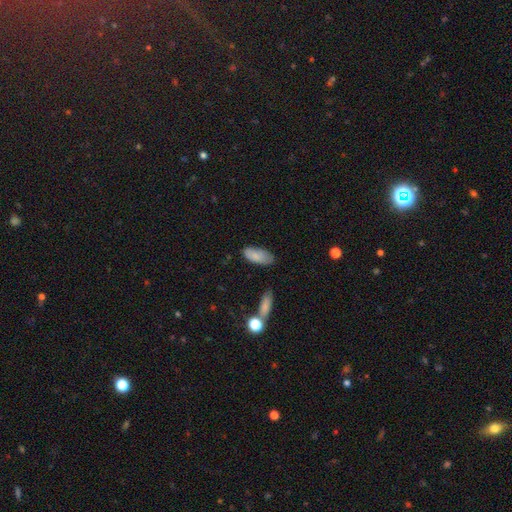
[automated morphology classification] smooth-or-featured: smooth: 82% | featured or disk: 11% | star or artifact: 7%
  how-rounded: in between: 87% | cigar-shaped: 11% | round: 2%
  merging: none: 65% | minor disturbance: 26% | major disturbance: 6% | merger: 3%